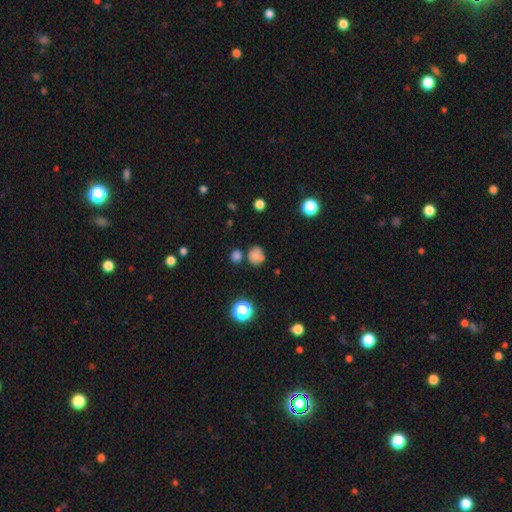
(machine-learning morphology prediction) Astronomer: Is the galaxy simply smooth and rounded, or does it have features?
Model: smooth — 77%.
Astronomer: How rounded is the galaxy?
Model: round — 83%.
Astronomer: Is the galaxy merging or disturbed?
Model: none — 66%.